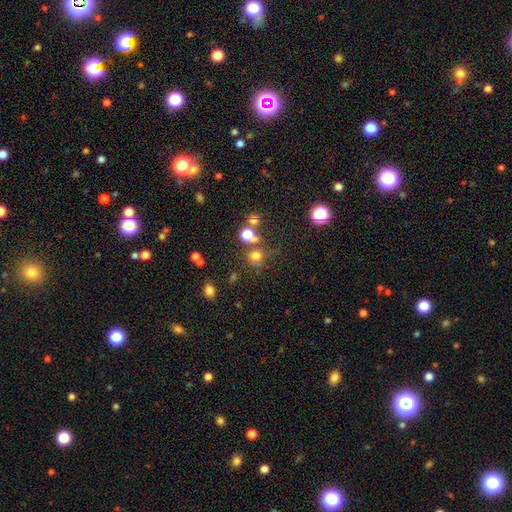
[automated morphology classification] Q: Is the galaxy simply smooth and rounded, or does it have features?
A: smooth — 66%.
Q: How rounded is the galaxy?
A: round — 83%.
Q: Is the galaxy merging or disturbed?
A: none — 58%.